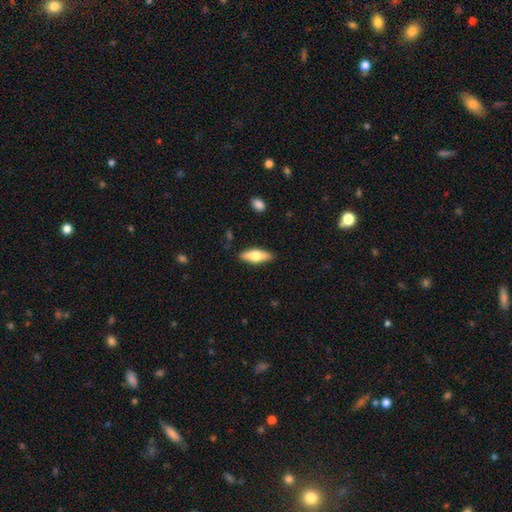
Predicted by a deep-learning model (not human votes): Smooth or featured?
  - smooth: 58% *
  - featured or disk: 36%
  - star or artifact: 6%
How rounded?
  - in between: 60% *
  - cigar-shaped: 37%
  - round: 3%
Merging?
  - none: 87% *
  - minor disturbance: 10%
  - major disturbance: 2%
  - merger: 1%